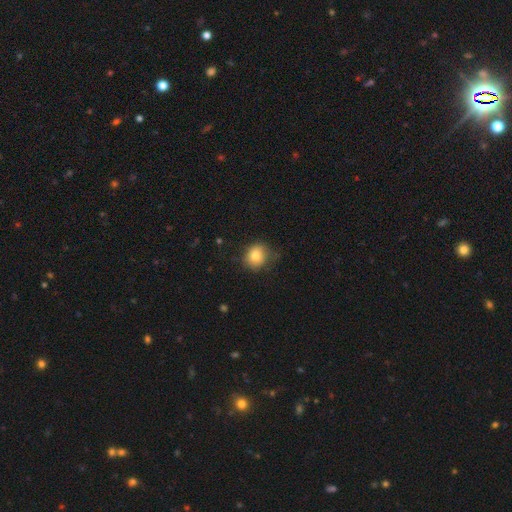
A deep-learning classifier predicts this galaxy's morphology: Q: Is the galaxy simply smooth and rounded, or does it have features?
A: smooth — 79%.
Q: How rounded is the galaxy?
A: round — 75%.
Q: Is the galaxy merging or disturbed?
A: none — 71%.